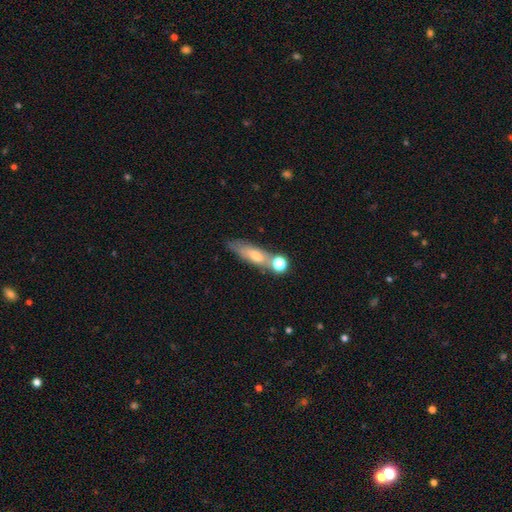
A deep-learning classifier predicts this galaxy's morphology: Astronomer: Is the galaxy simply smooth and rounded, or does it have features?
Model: smooth — 58%.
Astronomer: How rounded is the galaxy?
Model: cigar-shaped — 56% (runner-up: in between, 37%).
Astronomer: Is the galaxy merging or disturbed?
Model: none — 55%.